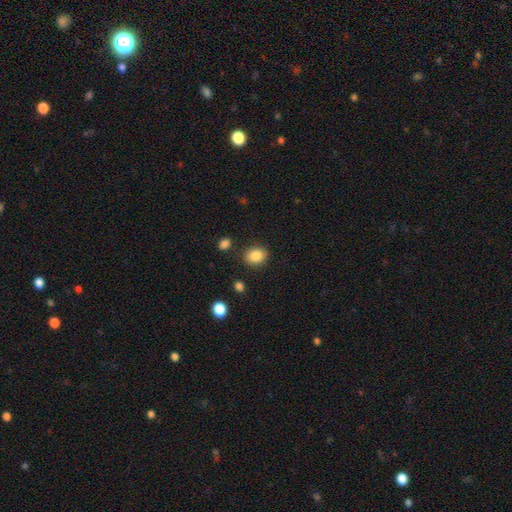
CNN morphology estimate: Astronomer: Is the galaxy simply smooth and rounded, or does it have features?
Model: smooth — 86%.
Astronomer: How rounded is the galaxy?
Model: in between — 55% (runner-up: round, 44%).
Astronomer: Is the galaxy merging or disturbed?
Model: none — 84%.